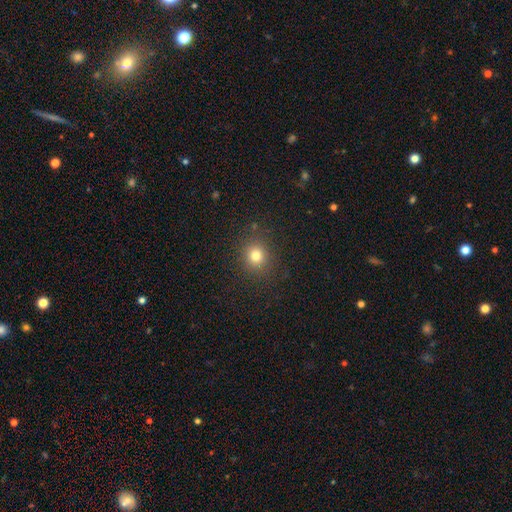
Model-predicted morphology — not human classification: smooth 78%, star or artifact 15%, featured or disk 7%. Down the decision tree: how rounded — round (83%); merging — none (87%).